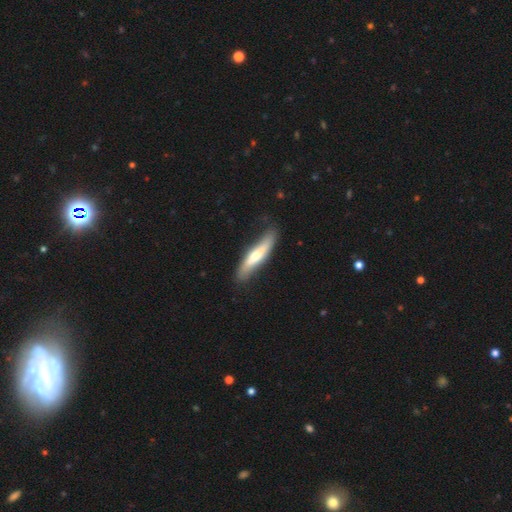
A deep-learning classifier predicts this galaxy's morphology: Smooth or featured? Predicted: smooth (p=0.55). How rounded? Predicted: cigar-shaped (p=0.83). Merging? Predicted: none (p=0.76).